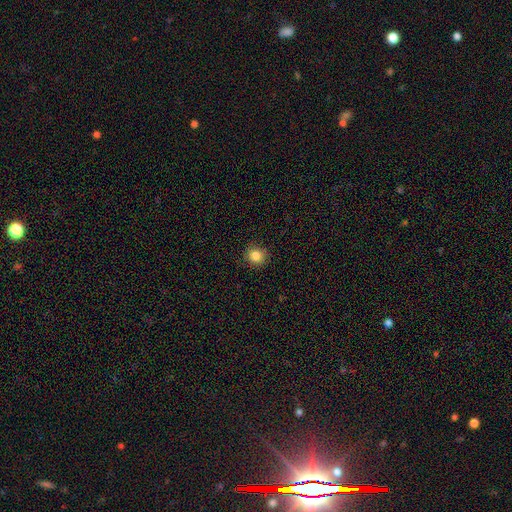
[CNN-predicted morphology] A smooth galaxy with no disk features (85%) that is round (85%).

Vote fractions:
- Smooth or featured? smooth: 85% / star or artifact: 11% / featured or disk: 5%
- How rounded? round: 85% / in between: 14% / cigar-shaped: 1%
- Merging? none: 89% / minor disturbance: 8% / major disturbance: 2% / merger: 1%